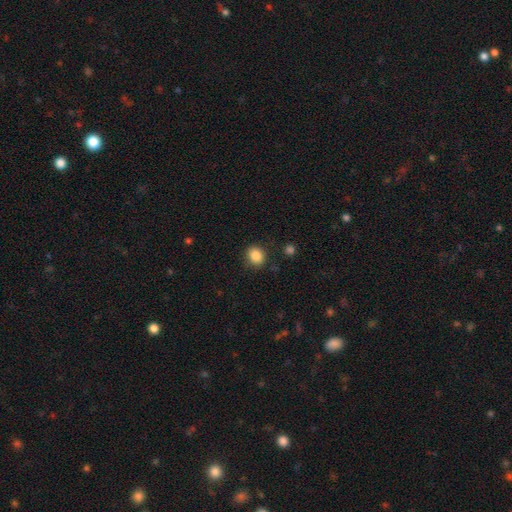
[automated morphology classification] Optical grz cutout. It shows a smooth galaxy with no disk features (86%) that is round (67%). Merging: none (86%).